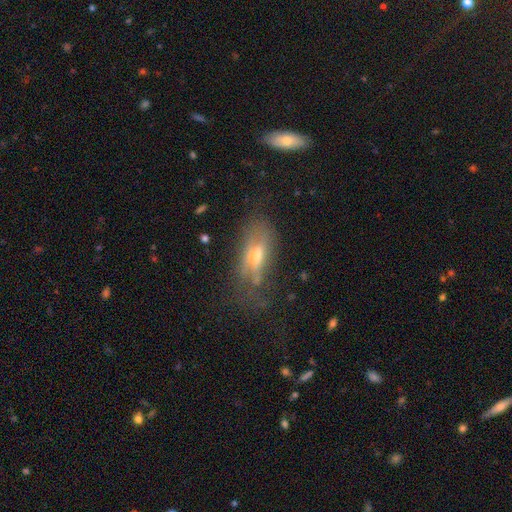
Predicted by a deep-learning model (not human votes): Morphology: type=featured or disk (45%); merging=none (52%).